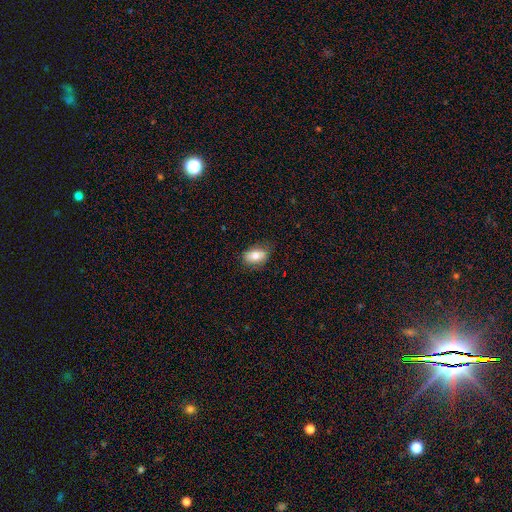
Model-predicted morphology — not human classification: The model was most divided on "smooth or featured": smooth: 71%, featured or disk: 21%, star or artifact: 8%. More confident: how rounded — in between (84%); merging — none (79%).